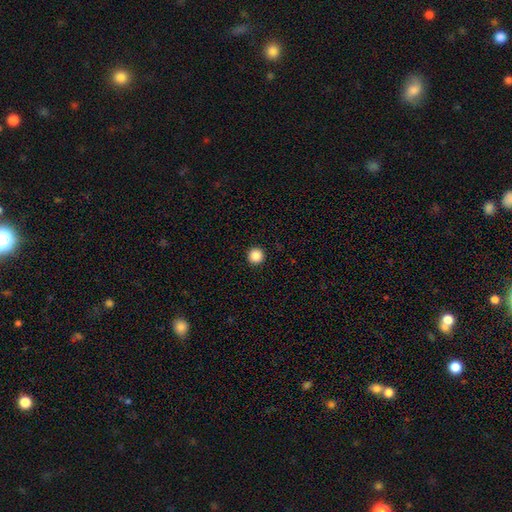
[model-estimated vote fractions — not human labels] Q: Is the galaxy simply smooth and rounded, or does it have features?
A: smooth — 88%.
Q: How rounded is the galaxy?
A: round — 97%.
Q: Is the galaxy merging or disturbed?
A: none — 94%.